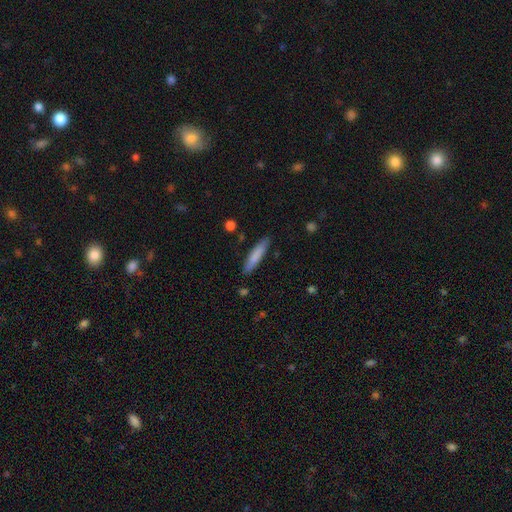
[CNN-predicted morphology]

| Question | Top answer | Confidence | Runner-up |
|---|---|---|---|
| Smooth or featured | smooth | 79% | featured or disk (15%) |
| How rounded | cigar-shaped | 87% | in between (12%) |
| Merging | none | 86% | minor disturbance (10%) |